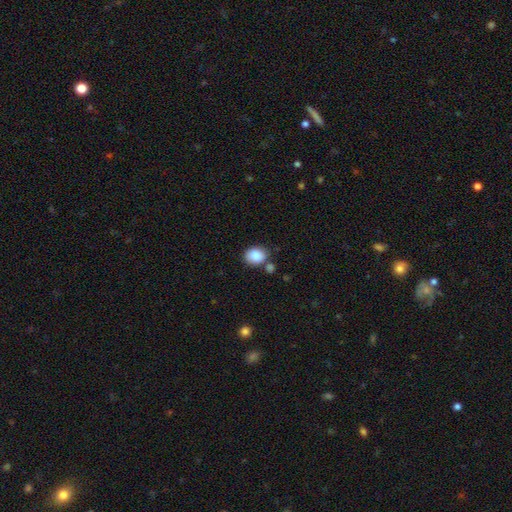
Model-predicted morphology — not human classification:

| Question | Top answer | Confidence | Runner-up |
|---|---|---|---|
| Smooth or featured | smooth | 88% | star or artifact (8%) |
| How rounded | round | 53% | in between (46%) |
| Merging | none | 68% | minor disturbance (14%) |